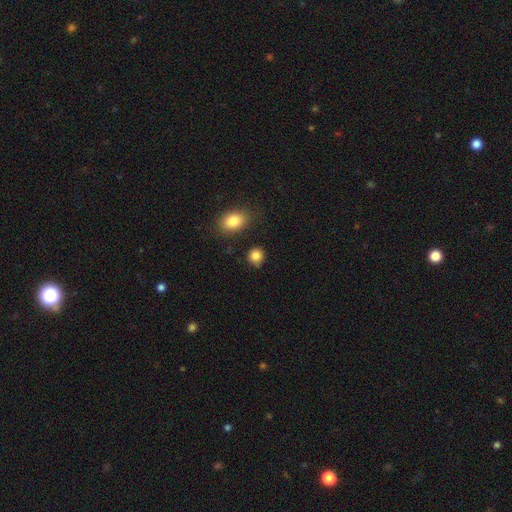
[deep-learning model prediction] smooth 85%, star or artifact 10%, featured or disk 5%. Down the decision tree: how rounded — round (82%); merging — none (83%).